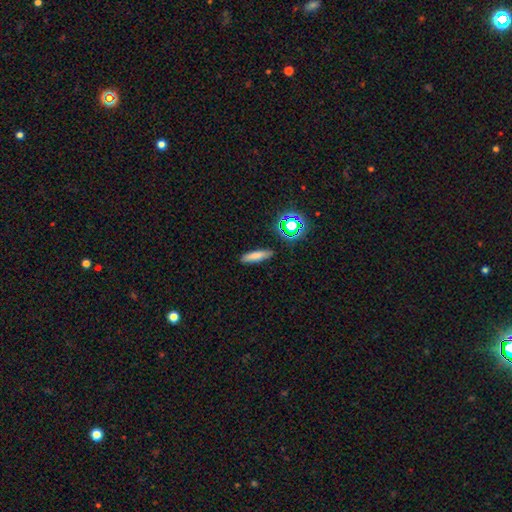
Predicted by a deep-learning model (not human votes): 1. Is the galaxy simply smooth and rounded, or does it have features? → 75% smooth, 14% star or artifact, 11% featured or disk.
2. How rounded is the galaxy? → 68% cigar-shaped, 29% in between, 3% round.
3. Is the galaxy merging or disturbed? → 87% none, 8% minor disturbance, 2% major disturbance, 2% merger.